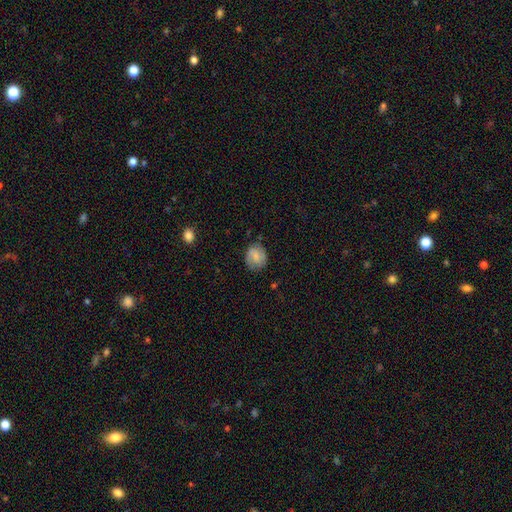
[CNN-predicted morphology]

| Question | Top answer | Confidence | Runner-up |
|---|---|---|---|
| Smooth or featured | smooth | 60% | featured or disk (32%) |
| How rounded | round | 67% | in between (32%) |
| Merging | none | 75% | minor disturbance (19%) |